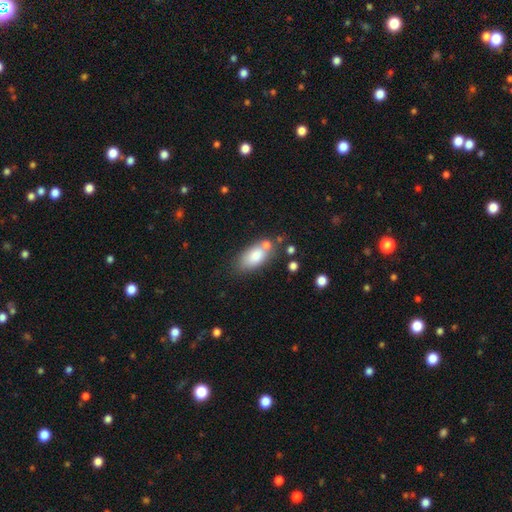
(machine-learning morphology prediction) A smooth galaxy with no disk features (80%) that is in between round and cigar-shaped (89%). Merging: none (59%).